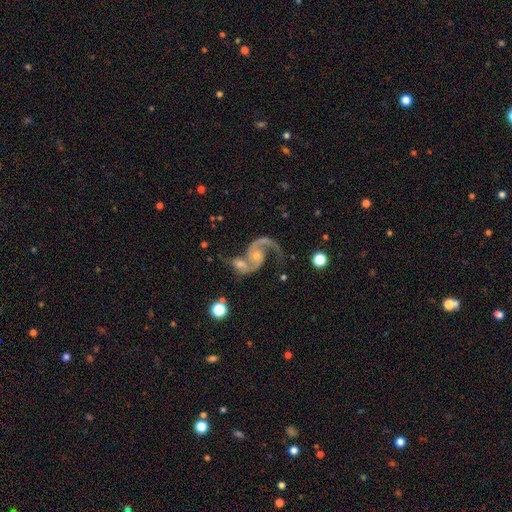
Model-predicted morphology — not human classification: Smooth or featured? Predicted: featured or disk (p=0.89). Edge-on disk? Predicted: no (p=0.98). Bar? Predicted: no (p=0.64). Spiral arms? Predicted: yes (p=0.97). Spiral winding? Predicted: medium (p=0.47). Spiral arm count? Predicted: 2 (p=0.82). Bulge size? Predicted: small (p=0.52). Merging? Predicted: merger (p=0.37).